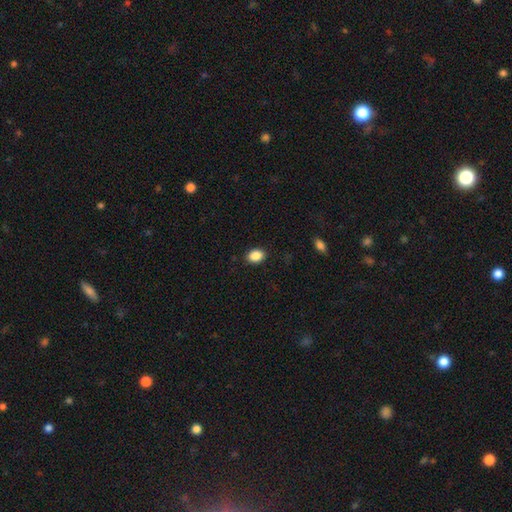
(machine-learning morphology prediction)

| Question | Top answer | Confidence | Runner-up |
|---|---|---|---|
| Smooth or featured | smooth | 88% | star or artifact (9%) |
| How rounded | in between | 70% | round (29%) |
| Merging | none | 89% | minor disturbance (8%) |